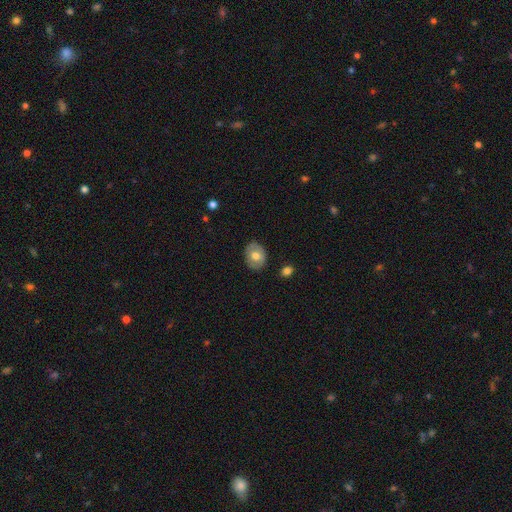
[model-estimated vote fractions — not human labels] Smooth or featured: smooth — 64% (featured or disk — 29%)
How rounded: in between — 59% (round — 40%)
Merging: none — 84% (minor disturbance — 12%)